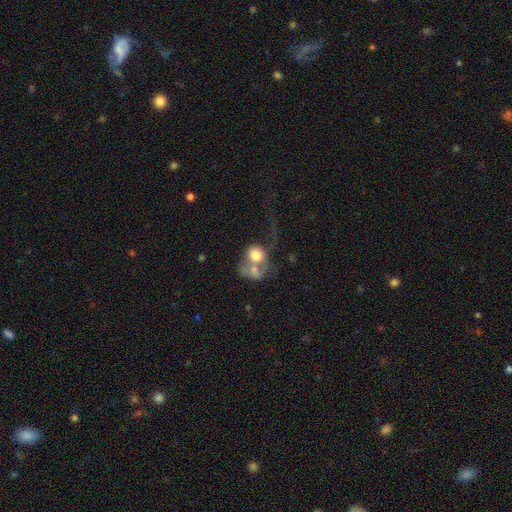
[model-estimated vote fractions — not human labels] A smooth galaxy with no disk features (62%) that is round (62%). Merging: merger (64%).